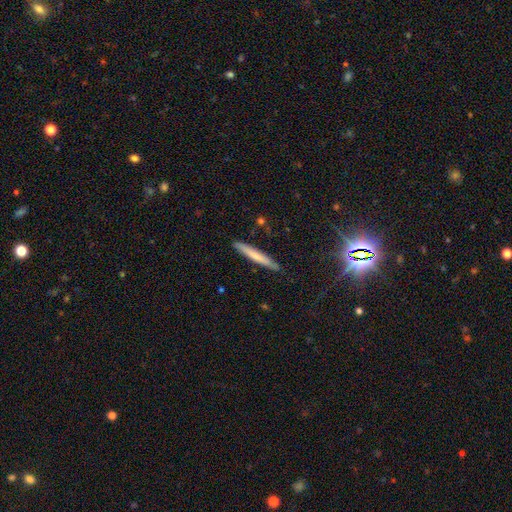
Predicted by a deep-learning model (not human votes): smooth_or_featured: smooth (p=0.65) [alt: featured or disk p=0.29]
how_rounded: cigar-shaped (p=0.96) [alt: in between p=0.03]
merging: none (p=0.87) [alt: minor disturbance p=0.10]